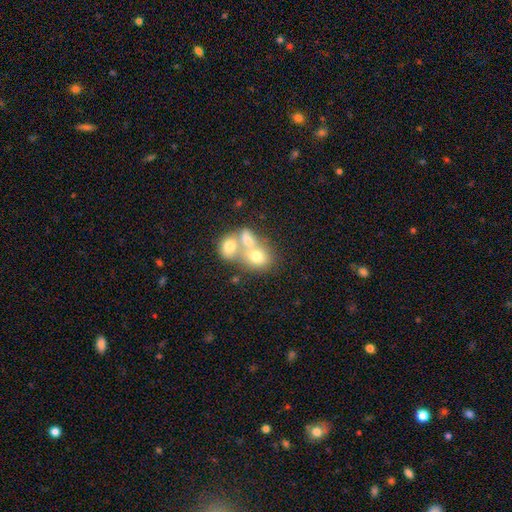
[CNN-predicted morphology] A smooth galaxy with no disk features (64%) that is round (53%). Merging: merger (65%).